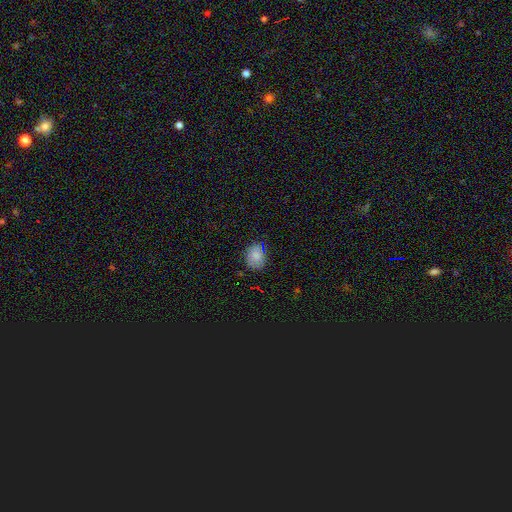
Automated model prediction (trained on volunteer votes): Smooth or featured: smooth — 76% (star or artifact — 16%)
How rounded: in between — 51% (round — 48%)
Merging: none — 81% (minor disturbance — 14%)